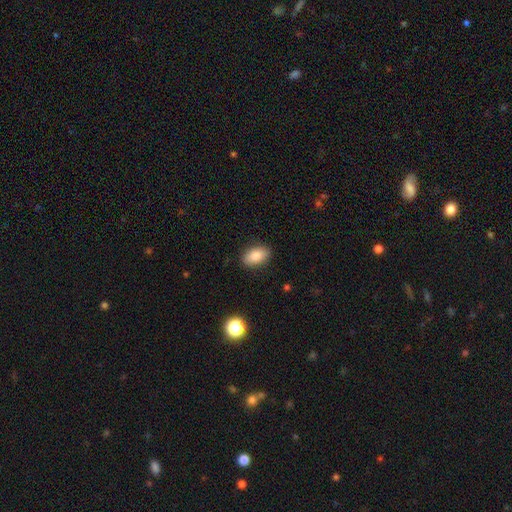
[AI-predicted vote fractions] Overall: smooth (84%). How rounded: in between (90%). Merging: none (88%).